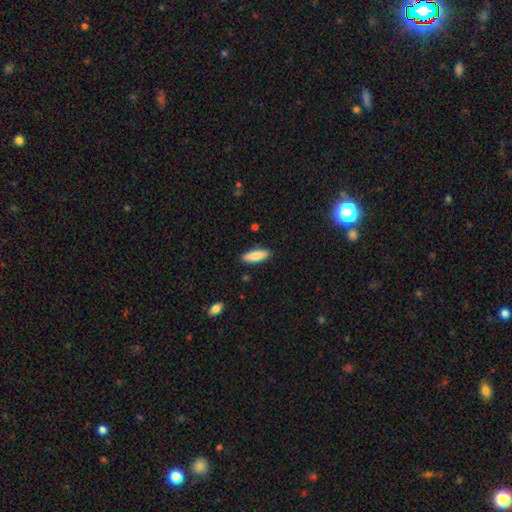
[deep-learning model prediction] Smooth or featured: smooth — 83% (featured or disk — 11%)
How rounded: in between — 55% (cigar-shaped — 43%)
Merging: none — 88% (minor disturbance — 9%)